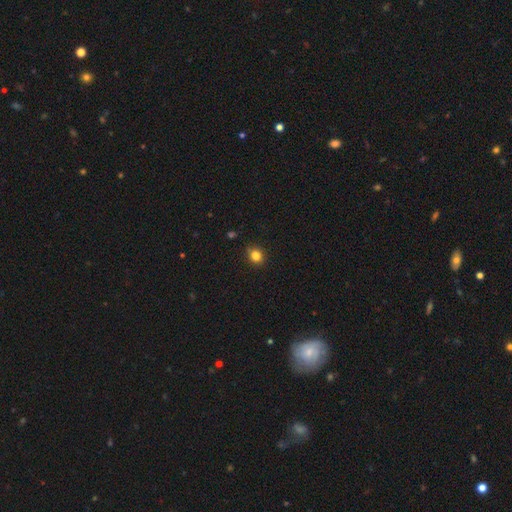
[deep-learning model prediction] Smooth or featured? Predicted: smooth (p=0.83). How rounded? Predicted: round (p=0.68). Merging? Predicted: none (p=0.87).